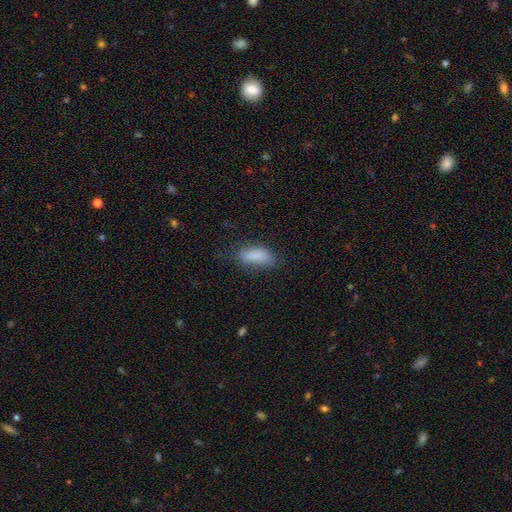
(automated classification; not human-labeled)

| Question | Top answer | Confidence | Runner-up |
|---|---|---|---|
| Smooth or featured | smooth | 85% | star or artifact (8%) |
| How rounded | in between | 73% | cigar-shaped (24%) |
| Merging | none | 70% | minor disturbance (22%) |